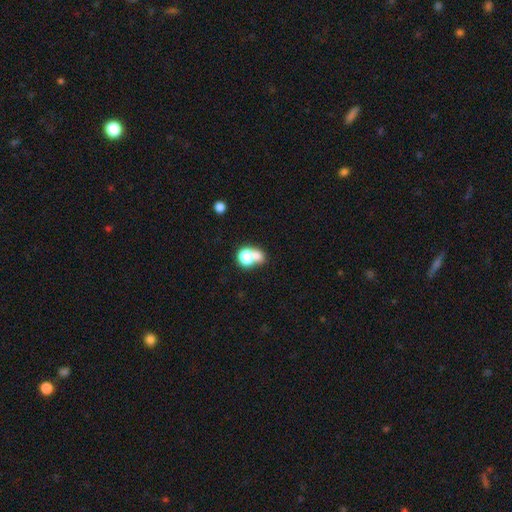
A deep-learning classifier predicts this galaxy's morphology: type=smooth (69%); roundness=round (62%); merging=merger (54%).